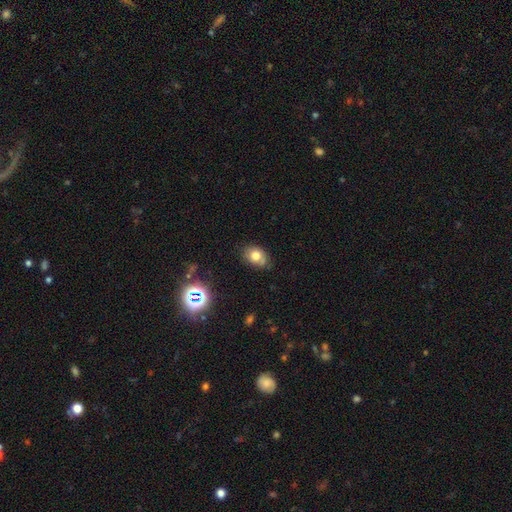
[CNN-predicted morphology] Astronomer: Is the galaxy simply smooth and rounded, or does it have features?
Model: smooth — 72%.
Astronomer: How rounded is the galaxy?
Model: in between — 67%.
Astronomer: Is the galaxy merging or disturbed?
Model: none — 72%.